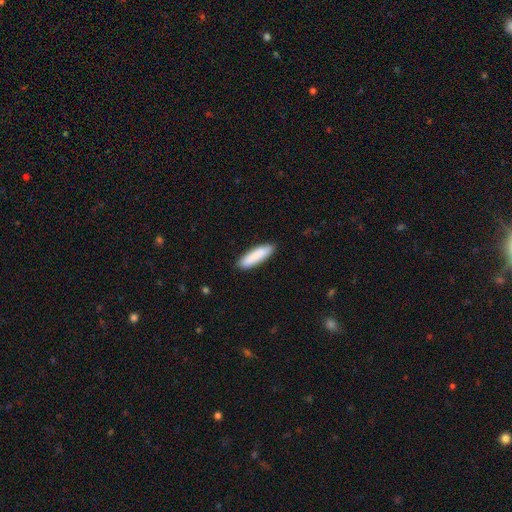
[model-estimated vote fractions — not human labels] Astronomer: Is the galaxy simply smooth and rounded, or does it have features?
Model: smooth — 87%.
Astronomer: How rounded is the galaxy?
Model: cigar-shaped — 60% (runner-up: in between, 39%).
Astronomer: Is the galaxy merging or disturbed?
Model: none — 89%.